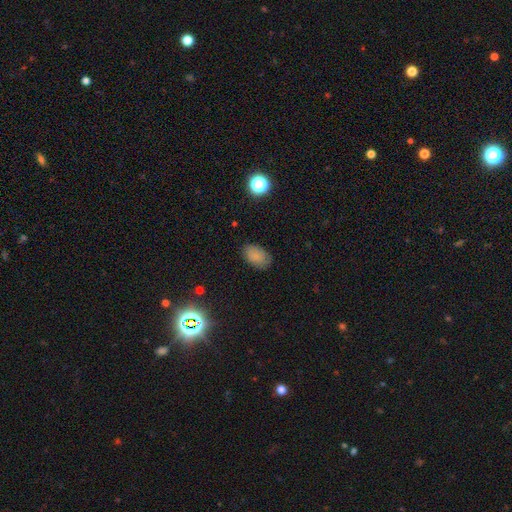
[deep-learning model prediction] Overall: smooth (79%). How rounded: in between (87%). Merging: none (80%).